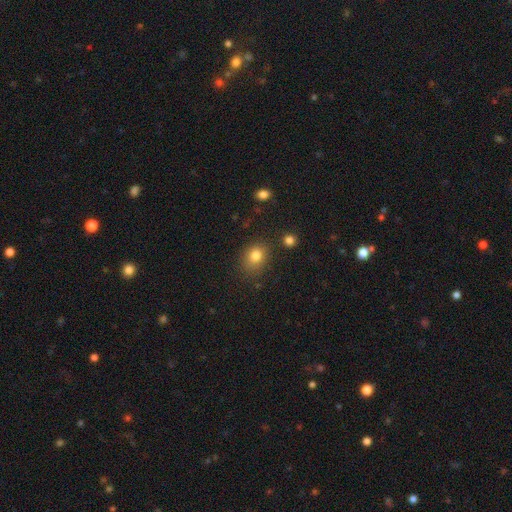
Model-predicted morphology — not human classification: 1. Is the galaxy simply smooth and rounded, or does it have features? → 81% smooth, 12% star or artifact, 7% featured or disk.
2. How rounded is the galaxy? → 50% in between, 49% round, 1% cigar-shaped.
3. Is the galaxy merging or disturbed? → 76% none, 16% minor disturbance, 5% major disturbance, 4% merger.